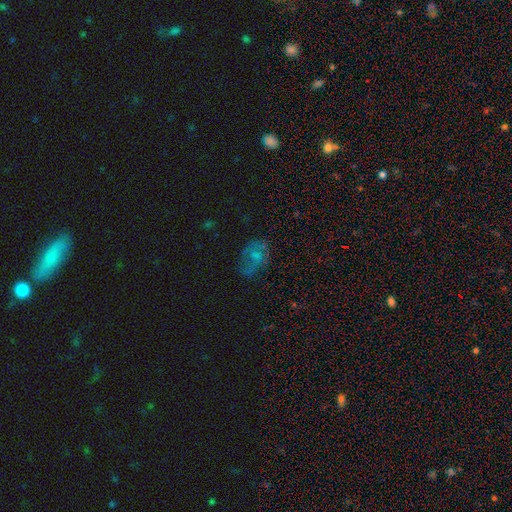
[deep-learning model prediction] smooth-or-featured: smooth: 43% | featured or disk: 41% | star or artifact: 16%
  merging: none: 55% | minor disturbance: 25% | major disturbance: 17% | merger: 3%